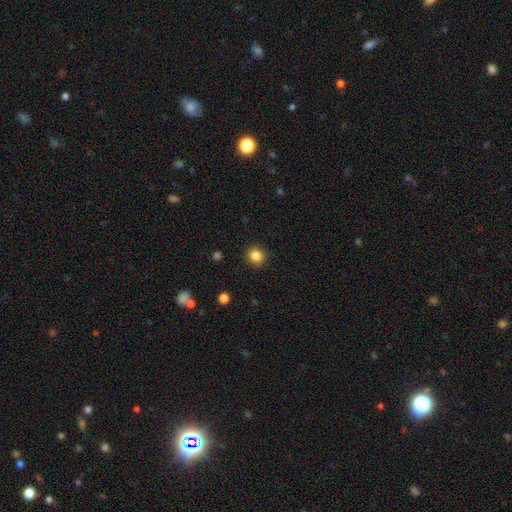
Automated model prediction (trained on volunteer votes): smooth_or_featured: smooth (p=0.85) [alt: star or artifact p=0.11]
how_rounded: round (p=0.93) [alt: in between p=0.06]
merging: none (p=0.91) [alt: minor disturbance p=0.06]